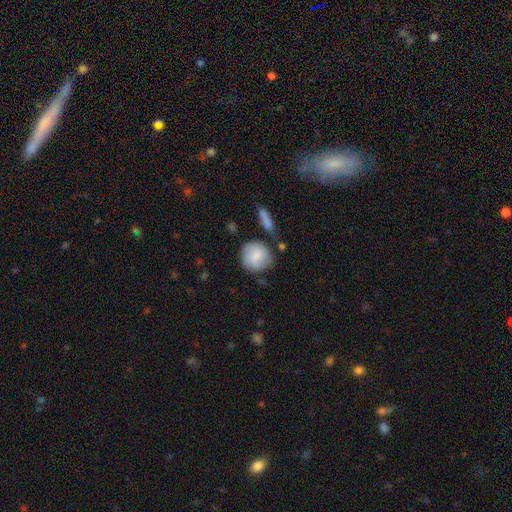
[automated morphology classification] A smooth galaxy with no disk features (81%) that is round (90%).

Vote fractions:
- Smooth or featured? smooth: 81% / featured or disk: 13% / star or artifact: 6%
- How rounded? round: 90% / in between: 9% / cigar-shaped: 1%
- Merging? none: 67% / minor disturbance: 19% / merger: 9% / major disturbance: 6%